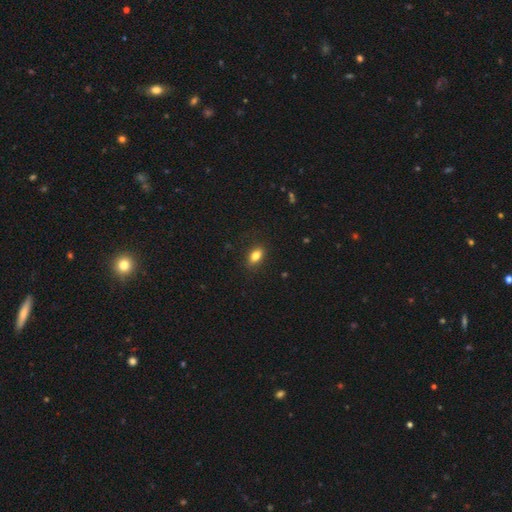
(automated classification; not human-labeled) This is clearly a smooth galaxy (83%). How rounded: clearly in between (85%). Merging: clearly none (87%).